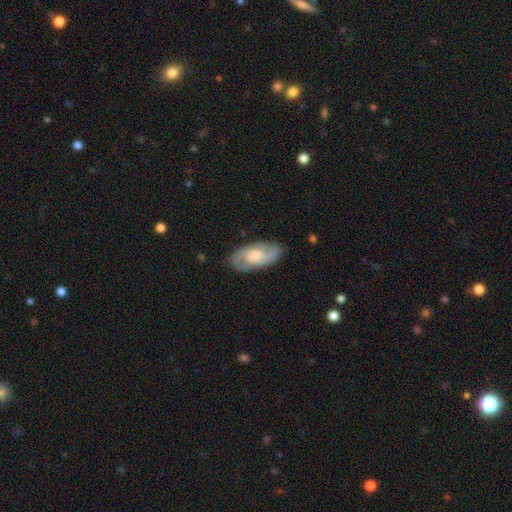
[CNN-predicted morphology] A featured or disk galaxy (71%) with no bar (61%), 2 (85%) medium (50%) spiral arms (91%) and a moderate central bulge (42%). Merging: none (80%).